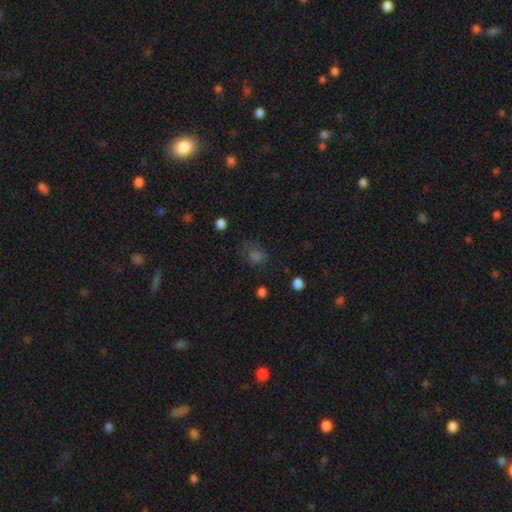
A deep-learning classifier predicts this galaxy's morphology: smooth_or_featured: smooth (p=0.56) [alt: star or artifact p=0.32]
how_rounded: in between (p=0.55) [alt: round p=0.42]
merging: none (p=0.57) [alt: minor disturbance p=0.22]